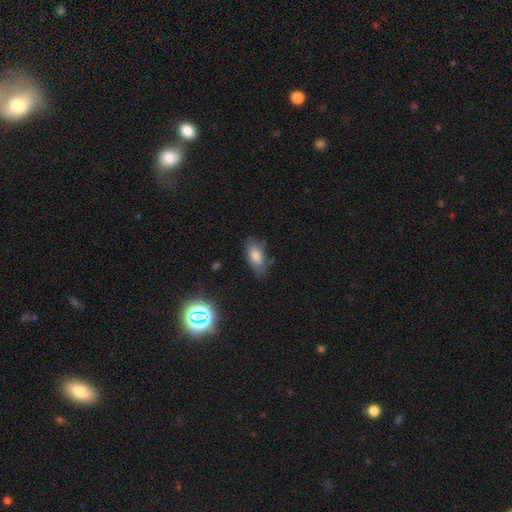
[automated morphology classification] This is likely a smooth galaxy (77%). How rounded: clearly in between (89%). Merging: likely none (67%).